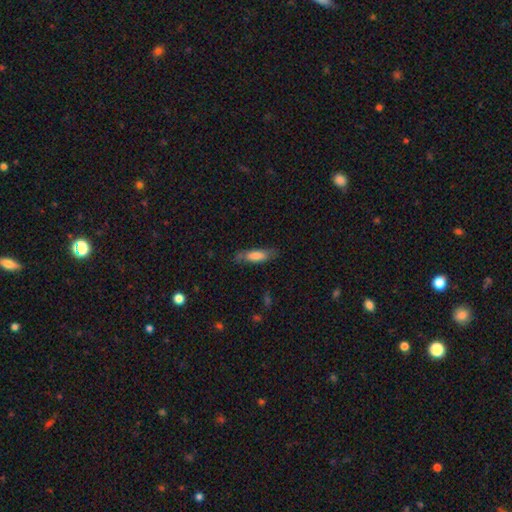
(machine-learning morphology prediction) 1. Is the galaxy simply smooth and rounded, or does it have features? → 71% smooth, 22% featured or disk, 7% star or artifact.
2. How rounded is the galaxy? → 50% cigar-shaped, 48% in between, 2% round.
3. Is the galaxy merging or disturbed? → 68% none, 23% minor disturbance, 7% major disturbance, 2% merger.